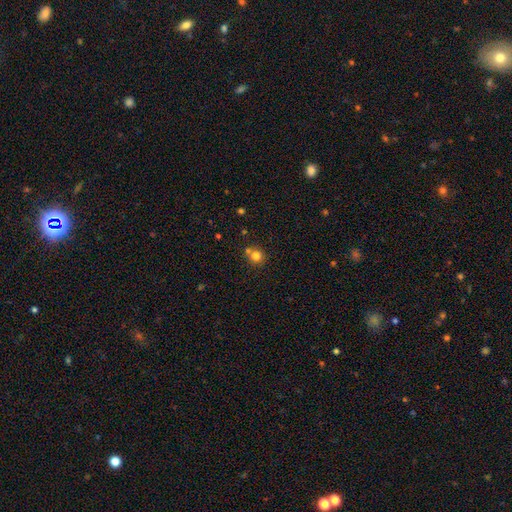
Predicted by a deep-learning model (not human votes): A smooth galaxy with no disk features (79%) that is round (90%).

Vote fractions:
- Smooth or featured? smooth: 79% / star or artifact: 14% / featured or disk: 8%
- How rounded? round: 90% / in between: 9% / cigar-shaped: 1%
- Merging? none: 67% / merger: 22% / minor disturbance: 9% / major disturbance: 3%